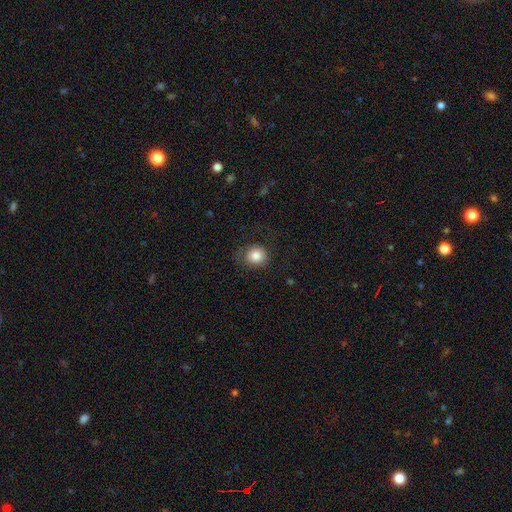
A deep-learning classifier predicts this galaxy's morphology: smooth_or_featured: smooth (p=0.83) [alt: featured or disk p=0.08]
how_rounded: round (p=0.82) [alt: in between p=0.17]
merging: none (p=0.69) [alt: minor disturbance p=0.18]